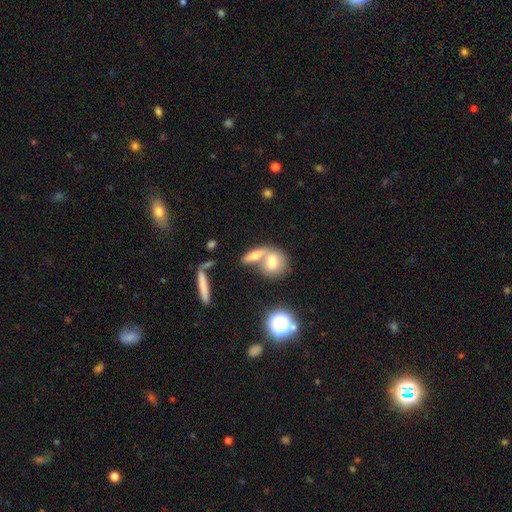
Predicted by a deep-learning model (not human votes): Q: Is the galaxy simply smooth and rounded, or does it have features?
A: smooth — 64%.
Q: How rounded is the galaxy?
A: in between — 47%.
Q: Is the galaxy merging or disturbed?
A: merger — 50%.